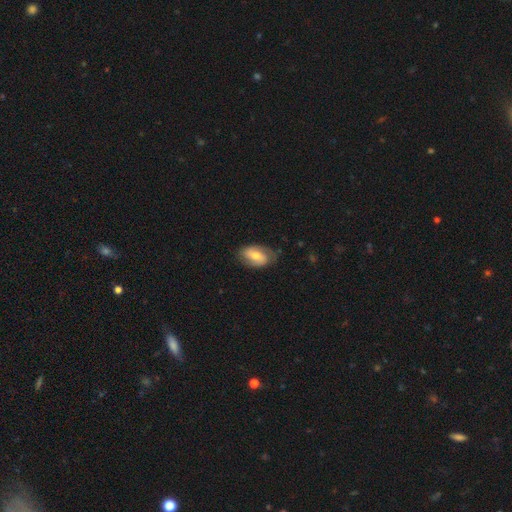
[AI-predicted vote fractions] smooth-or-featured: smooth: 49% | featured or disk: 44% | star or artifact: 6%
  merging: none: 71% | minor disturbance: 22% | major disturbance: 5% | merger: 1%